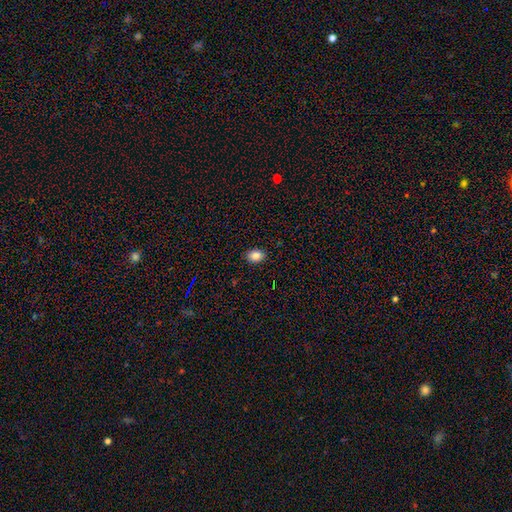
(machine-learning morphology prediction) A smooth galaxy with no disk features (85%) that is in between round and cigar-shaped (73%). Merging: none (89%).